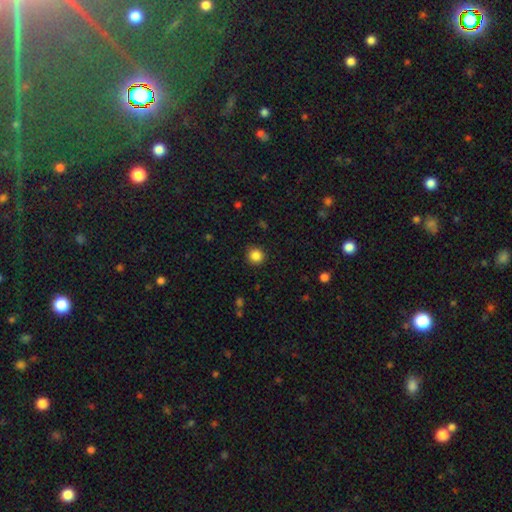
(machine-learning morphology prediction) The model was most divided on "smooth or featured": smooth: 86%, star or artifact: 11%, featured or disk: 4%. More confident: how rounded — round (92%); merging — none (90%).